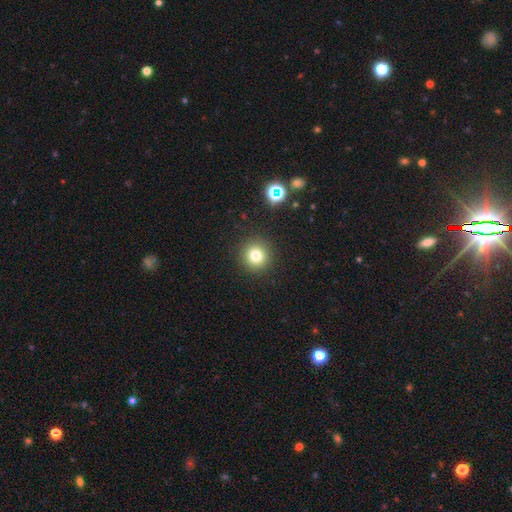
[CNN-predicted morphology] Overall: smooth (78%). How rounded: round (94%). Merging: none (91%).